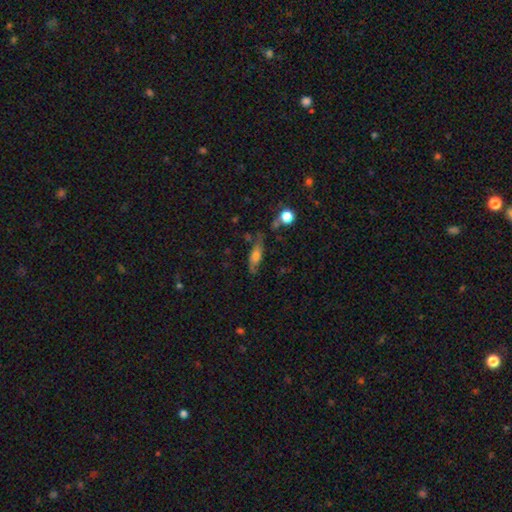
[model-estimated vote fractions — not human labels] smooth 56%, featured or disk 34%, star or artifact 10%. Down the decision tree: how rounded — in between (56%); merging — none (53%).